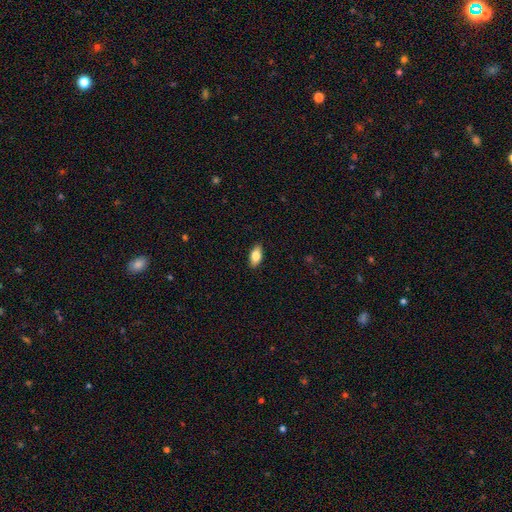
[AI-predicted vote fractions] Smooth or featured? smooth (80%)
How rounded? in between (89%)
Merging? none (89%)